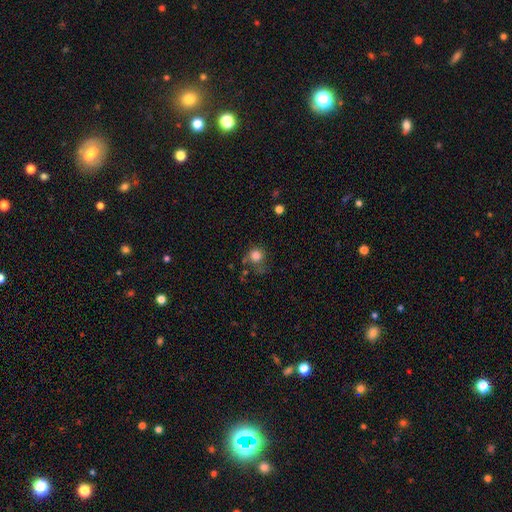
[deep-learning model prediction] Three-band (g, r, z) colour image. It shows a smooth galaxy with no disk features (81%) that is round (87%). Merging: none (59%).